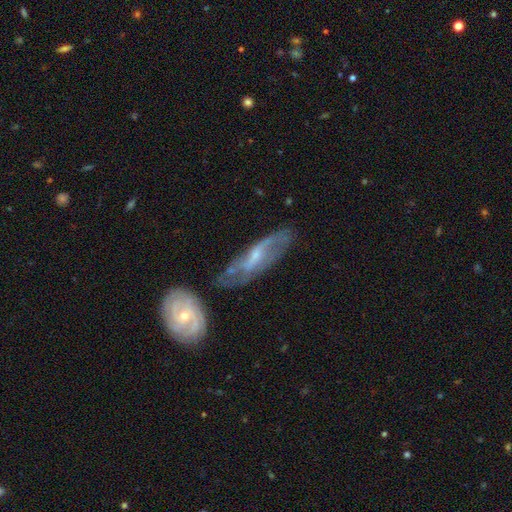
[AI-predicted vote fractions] A featured or disk galaxy (73%) with a weak bar (47%), spiral arms (82%) and a small central bulge (60%).

Vote fractions:
- Smooth or featured? featured or disk: 73% / smooth: 20% / star or artifact: 7%
- Edge-on disk? no: 79% / yes: 21%
- Bar? weak: 47% / no: 32% / strong: 20%
- Spiral arms? yes: 82% / no: 18%
- Bulge size? small: 60% / moderate: 31% / none: 6% / large: 2% / dominant: 1%
- Merging? none: 56% / minor disturbance: 22% / merger: 12% / major disturbance: 10%